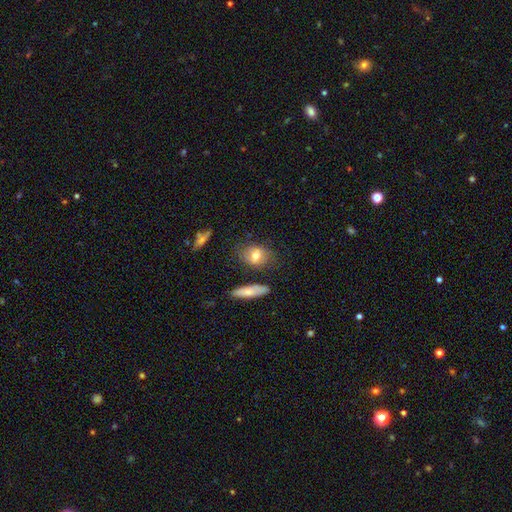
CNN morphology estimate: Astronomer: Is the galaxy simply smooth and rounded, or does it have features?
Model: smooth — 69%.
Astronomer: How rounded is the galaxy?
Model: in between — 57% (runner-up: round, 39%).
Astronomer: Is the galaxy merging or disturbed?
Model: none — 70%.